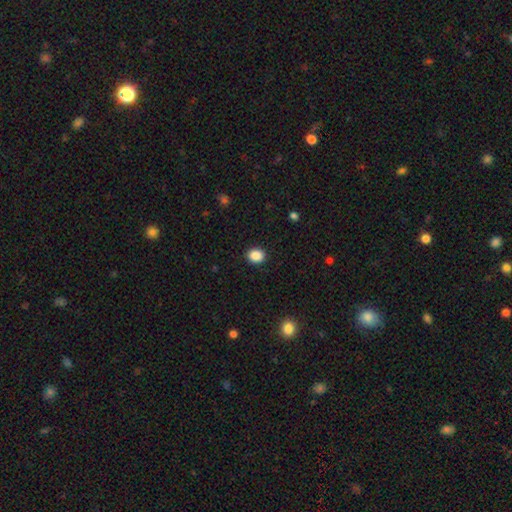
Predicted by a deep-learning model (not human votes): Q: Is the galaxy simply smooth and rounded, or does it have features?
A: smooth — 88%.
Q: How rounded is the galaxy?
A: round — 56%.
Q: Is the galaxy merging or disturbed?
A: none — 91%.